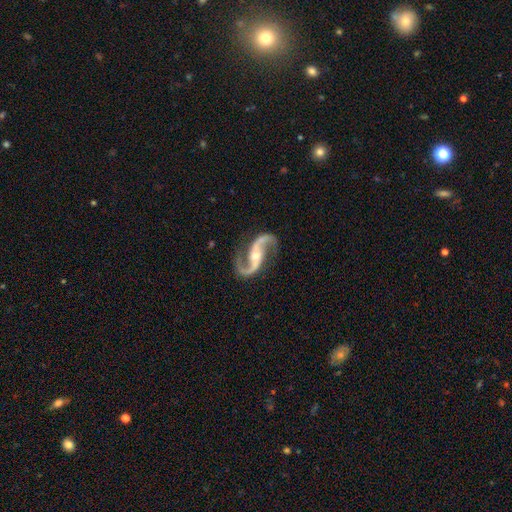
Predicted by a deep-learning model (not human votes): featured or disk 94%, star or artifact 4%, smooth 2%. Down the decision tree: edge-on disk — no (98%); bar — no (40%); spiral arms — yes (98%); spiral arm count — 2 (95%); spiral winding — loose (57%); bulge size — moderate (52%); merging — none (83%).